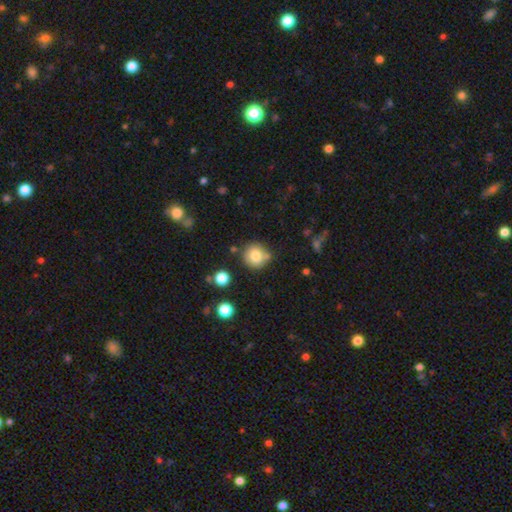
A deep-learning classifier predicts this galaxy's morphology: Smooth or featured? smooth (79%)
How rounded? round (93%)
Merging? none (74%)